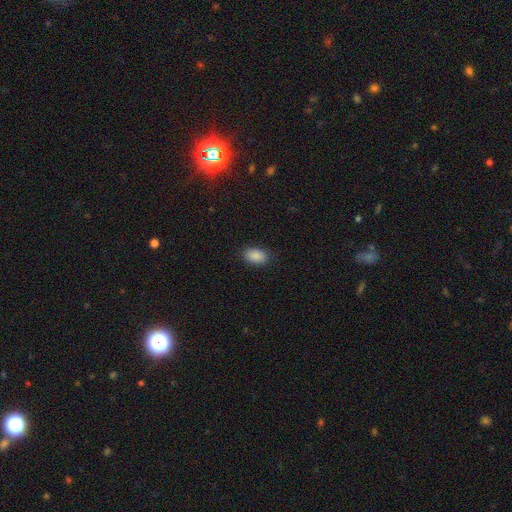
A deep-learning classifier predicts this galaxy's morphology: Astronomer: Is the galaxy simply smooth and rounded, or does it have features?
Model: smooth — 88%.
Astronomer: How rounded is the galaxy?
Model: in between — 90%.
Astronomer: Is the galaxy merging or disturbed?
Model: none — 88%.